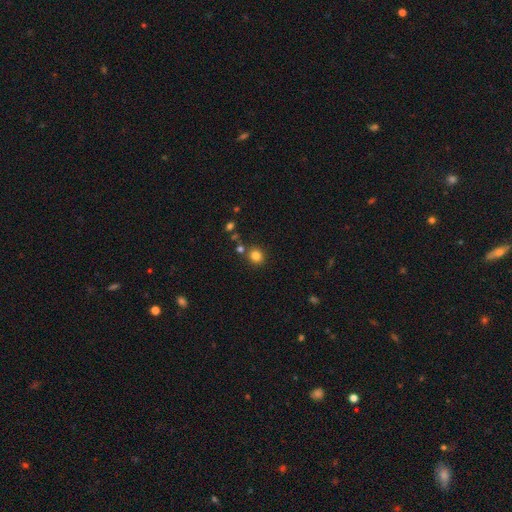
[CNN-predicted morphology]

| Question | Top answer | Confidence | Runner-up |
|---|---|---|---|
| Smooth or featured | smooth | 82% | star or artifact (13%) |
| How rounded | round | 84% | in between (15%) |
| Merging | none | 81% | minor disturbance (9%) |